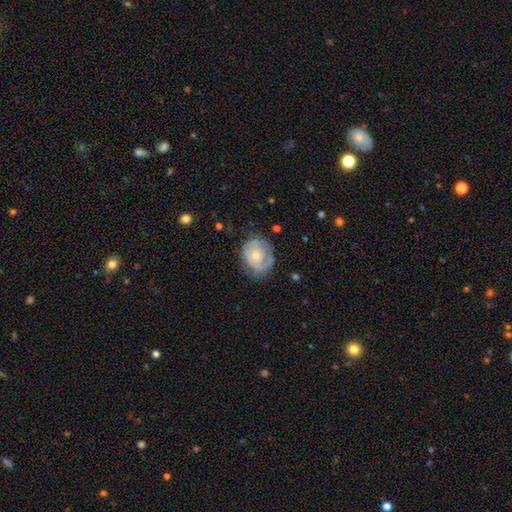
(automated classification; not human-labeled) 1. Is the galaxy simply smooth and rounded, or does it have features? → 51% featured or disk, 42% smooth, 7% star or artifact.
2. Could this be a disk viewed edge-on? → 97% no, 3% yes.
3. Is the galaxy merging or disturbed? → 60% none, 26% minor disturbance, 12% major disturbance, 2% merger.